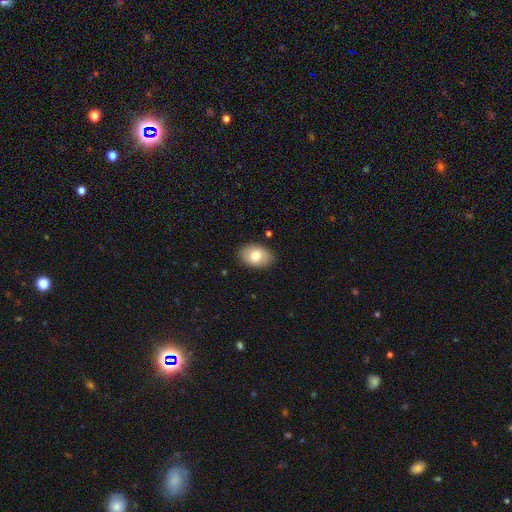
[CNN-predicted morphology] A smooth galaxy with no disk features (78%) that is in between round and cigar-shaped (83%). Merging: none (87%).